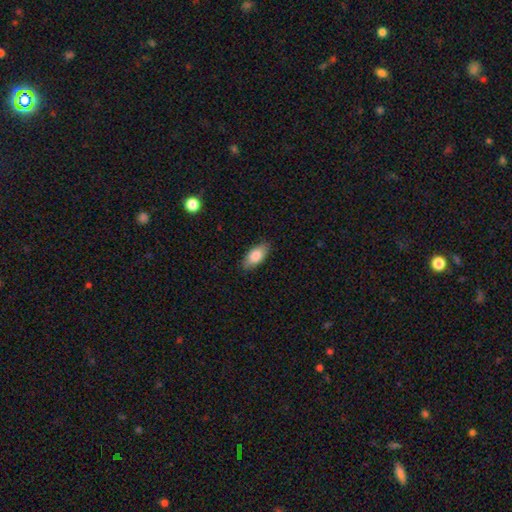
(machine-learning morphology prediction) Q: Smooth or featured?
A: smooth (84%); runner-up: featured or disk (10%)
Q: How rounded?
A: in between (90%); runner-up: cigar-shaped (8%)
Q: Merging?
A: none (86%); runner-up: minor disturbance (11%)